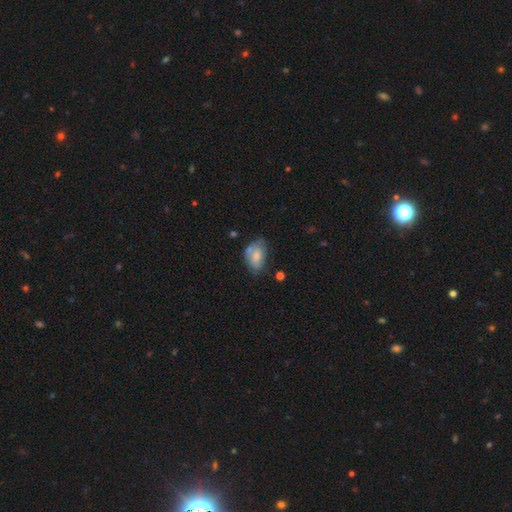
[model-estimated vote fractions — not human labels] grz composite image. It shows a smooth galaxy with no disk features (68%) that is in between round and cigar-shaped (88%). Merging: none (47%).